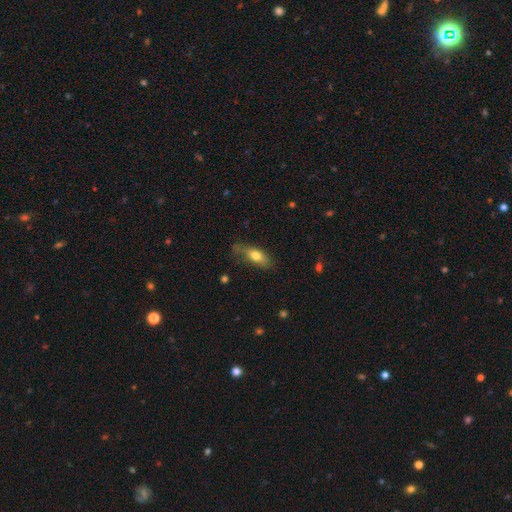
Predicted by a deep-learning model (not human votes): A smooth galaxy with no disk features (70%) that is in between round and cigar-shaped (66%). Merging: none (60%).